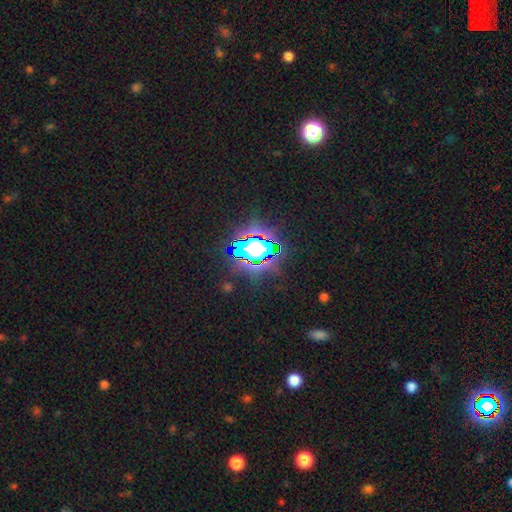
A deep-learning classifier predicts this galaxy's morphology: type=star or artifact (73%).